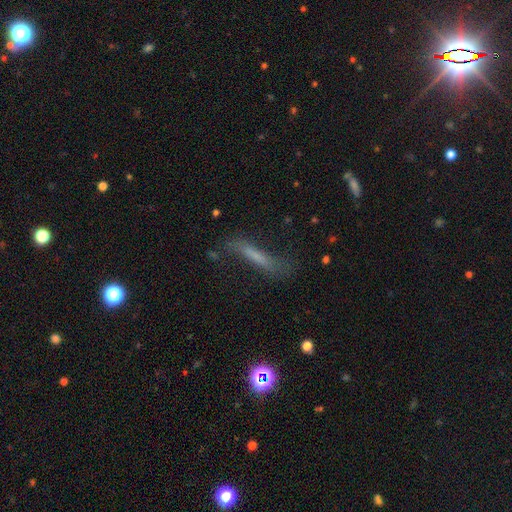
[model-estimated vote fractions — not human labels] The model was most divided on "smooth or featured": smooth: 50%, featured or disk: 37%, star or artifact: 13%. More confident: merging — none (59%).